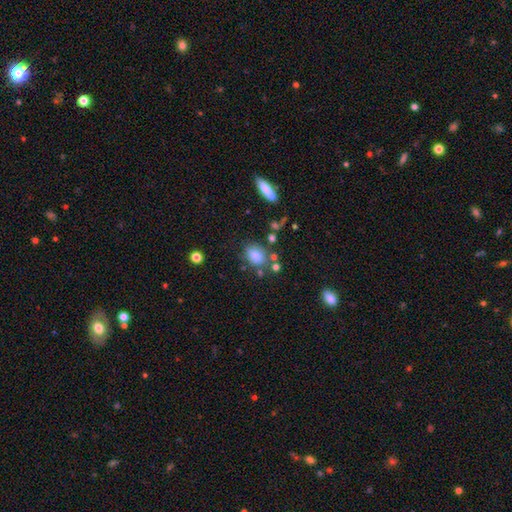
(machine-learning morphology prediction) Smooth or featured? Predicted: smooth (p=0.82). How rounded? Predicted: in between (p=0.67). Merging? Predicted: none (p=0.71).